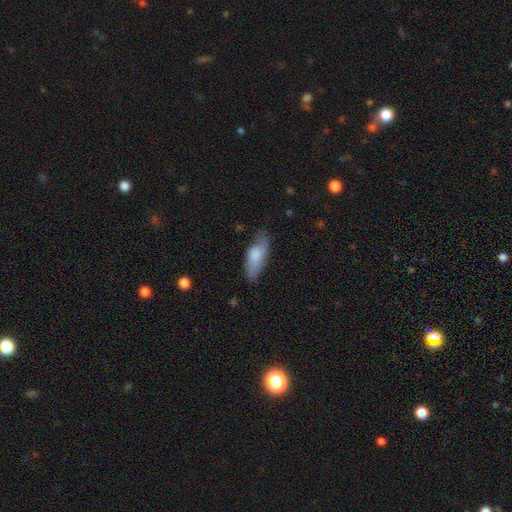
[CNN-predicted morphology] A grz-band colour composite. It shows a smooth galaxy with no disk features (75%) that is in between round and cigar-shaped (73%). Merging: none (60%).